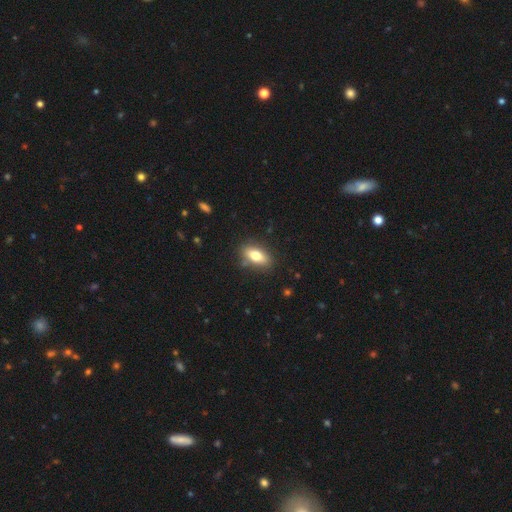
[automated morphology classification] The model was most divided on "smooth or featured": smooth: 75%, featured or disk: 17%, star or artifact: 8%. More confident: how rounded — in between (85%); merging — none (84%).